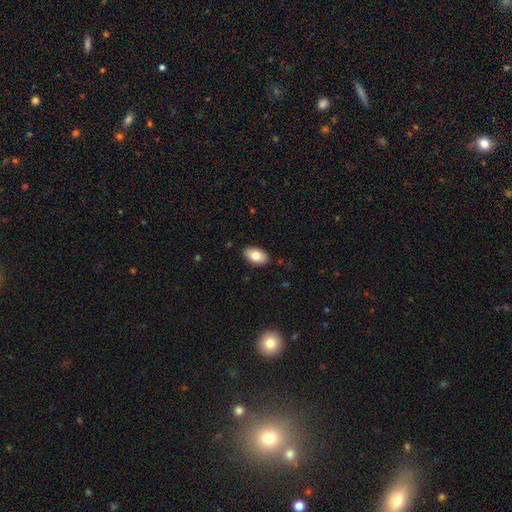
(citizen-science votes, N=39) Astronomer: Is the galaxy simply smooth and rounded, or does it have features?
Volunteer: smooth — 64%.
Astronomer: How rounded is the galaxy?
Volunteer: in between — 88%.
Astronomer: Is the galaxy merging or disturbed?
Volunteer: none — 84%.